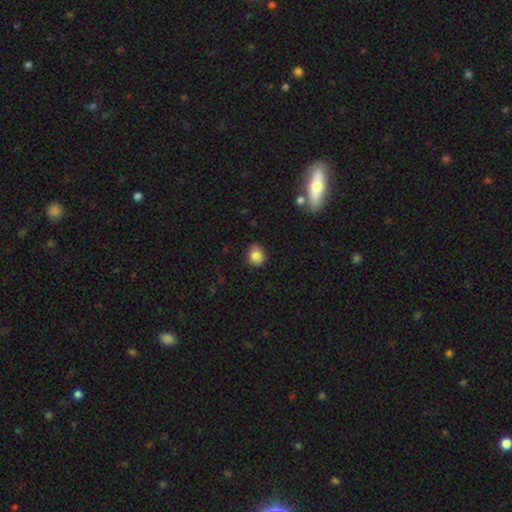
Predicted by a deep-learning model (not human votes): smooth_or_featured: smooth (p=0.82) [alt: star or artifact p=0.10]
how_rounded: round (p=0.68) [alt: in between p=0.31]
merging: none (p=0.74) [alt: minor disturbance p=0.21]